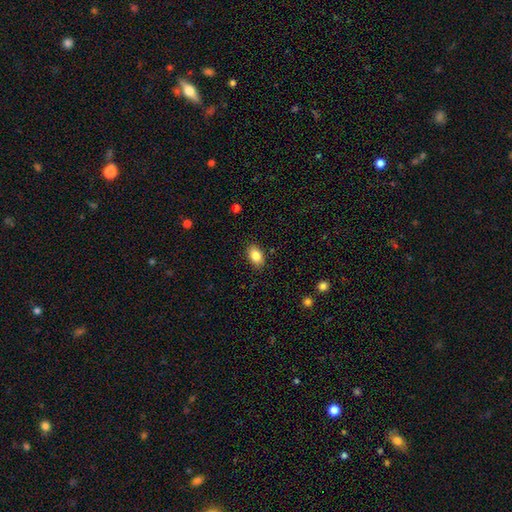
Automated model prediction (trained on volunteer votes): smooth 85%, star or artifact 8%, featured or disk 7%. Down the decision tree: how rounded — in between (88%); merging — none (87%).